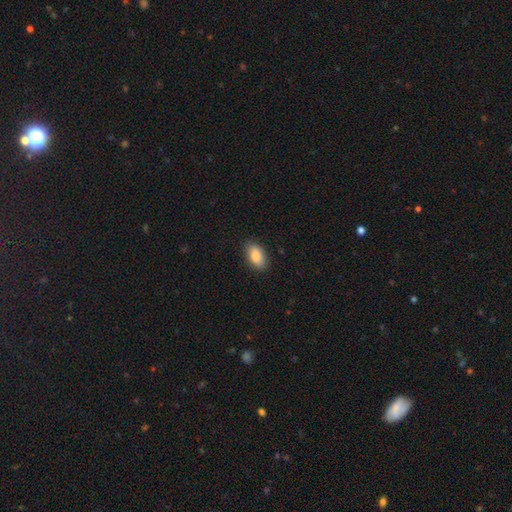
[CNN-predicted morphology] This appears to be a smooth galaxy with no disk features (83%) that is in between round and cigar-shaped (91%). Merging: none (87%).